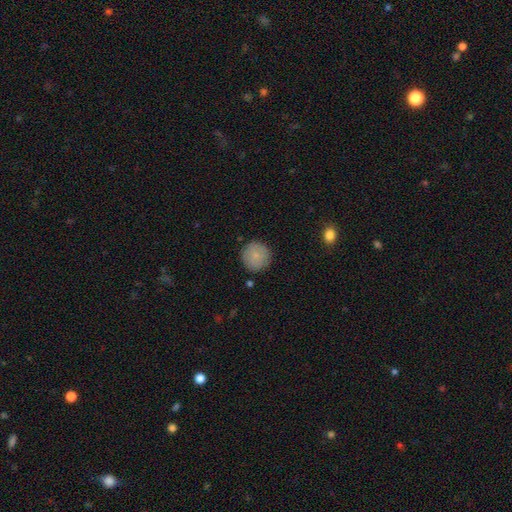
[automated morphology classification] Smooth or featured: smooth — 84% (featured or disk — 9%)
How rounded: round — 94% (in between — 5%)
Merging: none — 87% (minor disturbance — 9%)